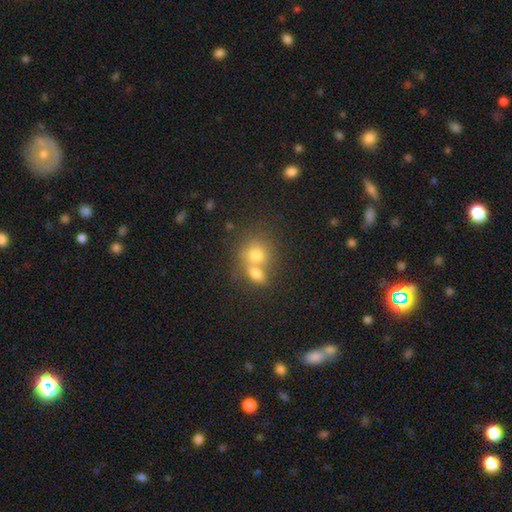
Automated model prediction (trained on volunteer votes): Overall: smooth (73%). How rounded: round (69%; in between 30%). Merging: merger (59%; none 30%).